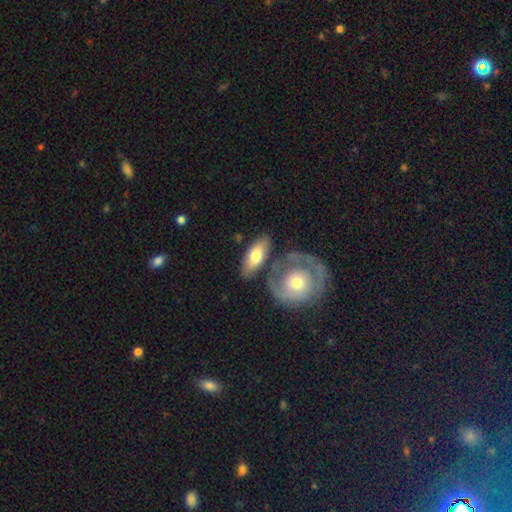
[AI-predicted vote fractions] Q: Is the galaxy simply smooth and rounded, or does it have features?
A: smooth — 63%.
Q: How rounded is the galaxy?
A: in between — 82%.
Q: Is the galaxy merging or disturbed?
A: none — 61%.